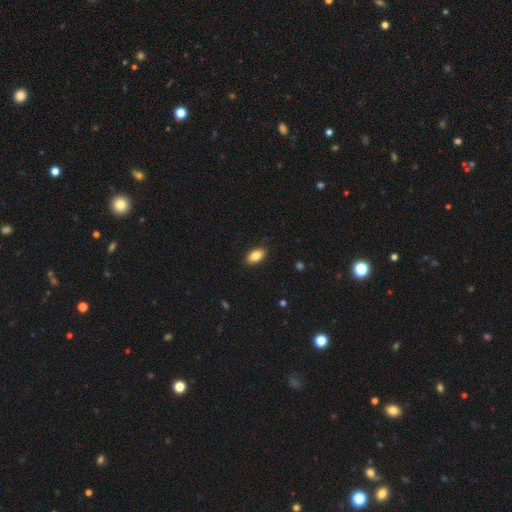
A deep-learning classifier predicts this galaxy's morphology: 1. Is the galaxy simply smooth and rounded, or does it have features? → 85% smooth, 7% star or artifact, 7% featured or disk.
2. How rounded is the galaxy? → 92% in between, 4% round, 4% cigar-shaped.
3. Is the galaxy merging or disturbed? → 89% none, 9% minor disturbance, 2% major disturbance, 1% merger.